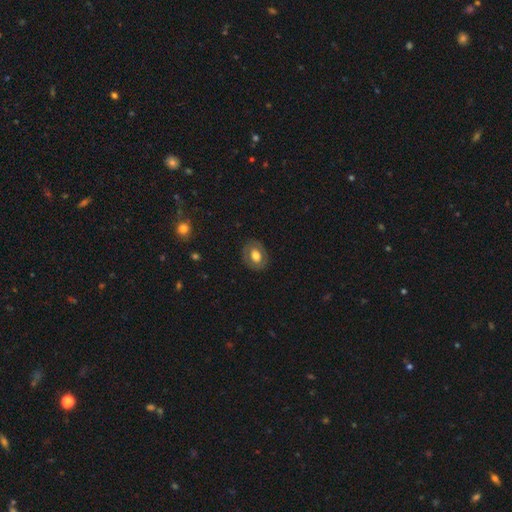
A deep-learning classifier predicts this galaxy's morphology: Smooth or featured: smooth — 62% (featured or disk — 31%)
How rounded: in between — 56% (round — 43%)
Merging: none — 84% (minor disturbance — 11%)